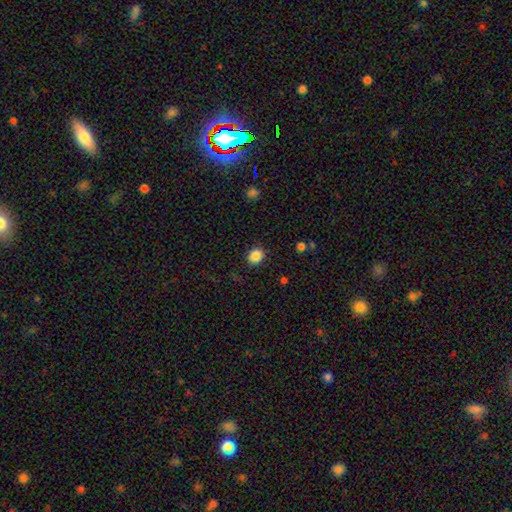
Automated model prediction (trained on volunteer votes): Smooth or featured: smooth — 86% (star or artifact — 10%)
How rounded: round — 72% (in between — 27%)
Merging: none — 89% (minor disturbance — 8%)